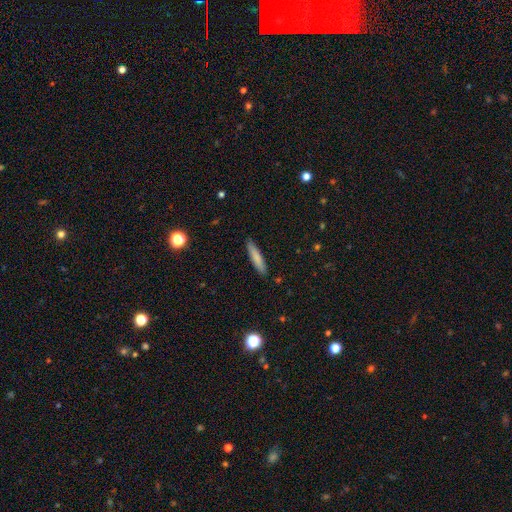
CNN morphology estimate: This appears to be a smooth galaxy with no disk features (80%) that is cigar-shaped (88%). Merging: none (90%).